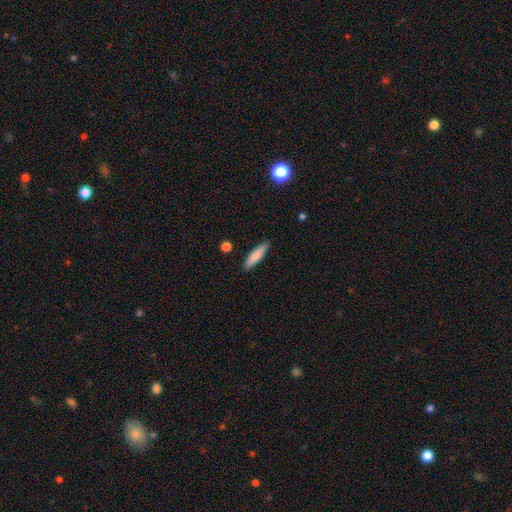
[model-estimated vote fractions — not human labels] A smooth galaxy with no disk features (79%) that is cigar-shaped (77%). Merging: none (88%).